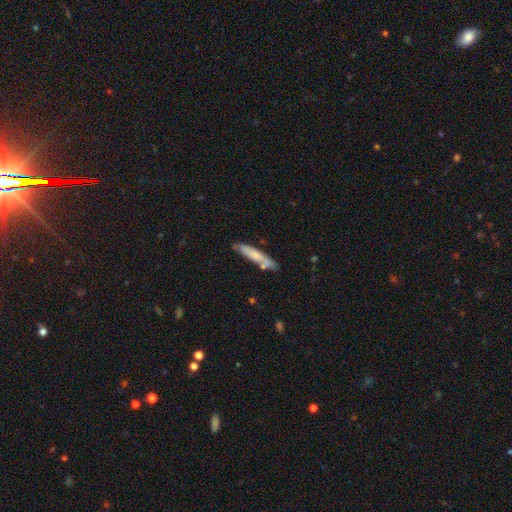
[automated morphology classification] Smooth or featured? Predicted: smooth (p=0.65). How rounded? Predicted: cigar-shaped (p=0.89). Merging? Predicted: none (p=0.71).